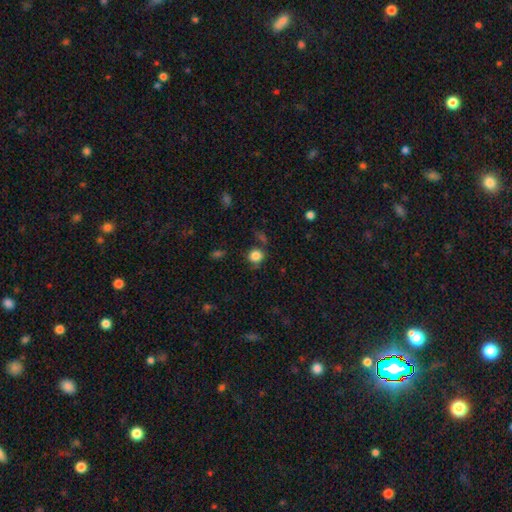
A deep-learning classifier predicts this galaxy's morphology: smooth-or-featured: smooth: 83% | star or artifact: 11% | featured or disk: 6%
  how-rounded: round: 84% | in between: 15% | cigar-shaped: 1%
  merging: none: 71% | minor disturbance: 16% | merger: 7% | major disturbance: 5%